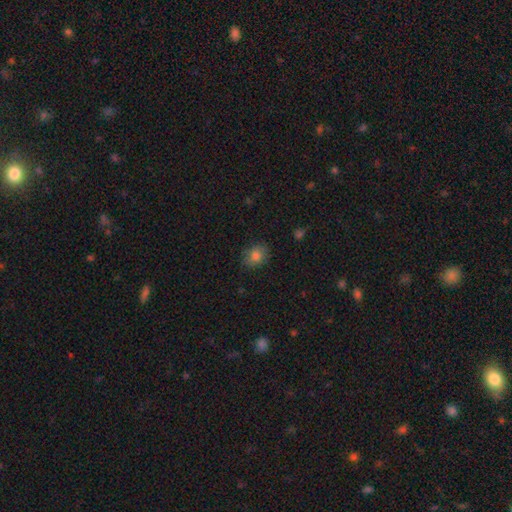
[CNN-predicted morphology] Smooth or featured? smooth (81%)
How rounded? round (51%)
Merging? none (81%)